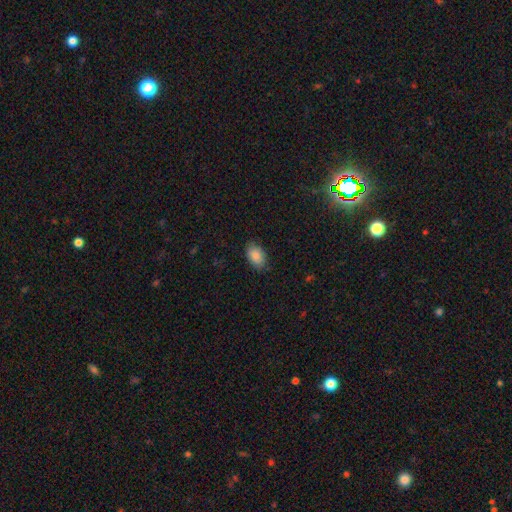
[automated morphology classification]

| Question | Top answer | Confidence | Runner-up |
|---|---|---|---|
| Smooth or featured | smooth | 88% | star or artifact (7%) |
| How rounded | in between | 88% | round (10%) |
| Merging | none | 82% | minor disturbance (14%) |